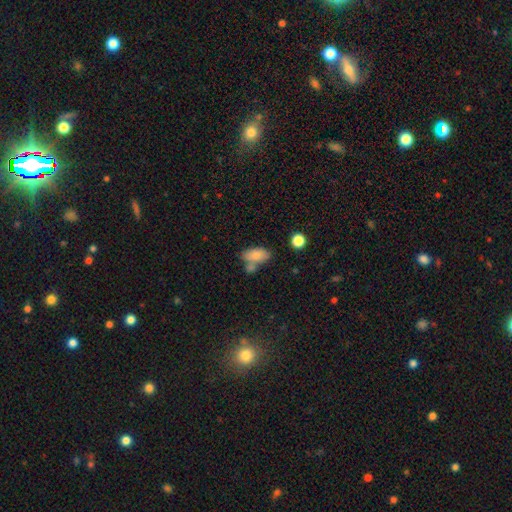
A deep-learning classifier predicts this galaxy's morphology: A smooth galaxy with no disk features (82%) that is in between round and cigar-shaped (91%). Merging: none (49%).